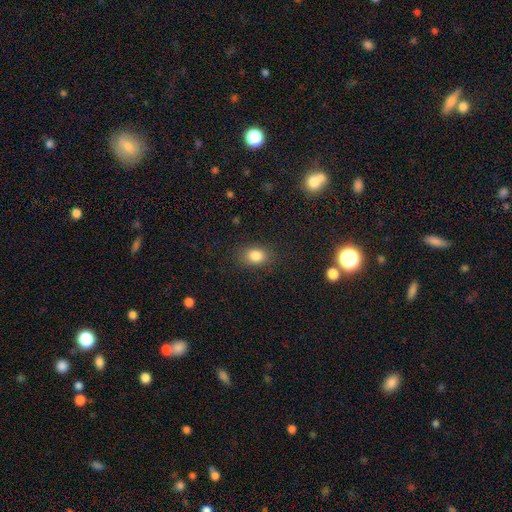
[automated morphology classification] A smooth galaxy with no disk features (84%) that is in between round and cigar-shaped (69%). Merging: none (83%).